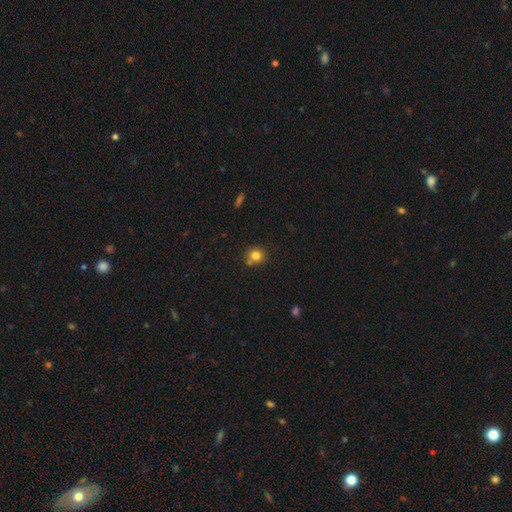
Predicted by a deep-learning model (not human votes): A smooth galaxy with no disk features (79%) that is round (89%).

Vote fractions:
- Smooth or featured? smooth: 79% / star or artifact: 12% / featured or disk: 9%
- How rounded? round: 89% / in between: 10% / cigar-shaped: 1%
- Merging? none: 68% / merger: 18% / minor disturbance: 11% / major disturbance: 3%